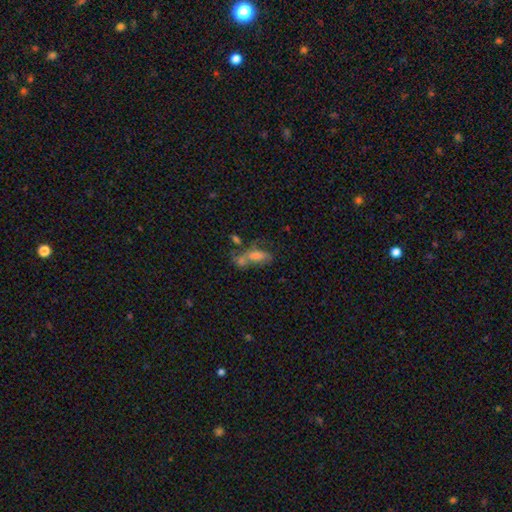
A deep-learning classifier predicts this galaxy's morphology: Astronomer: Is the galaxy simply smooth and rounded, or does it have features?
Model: smooth — 48% (runner-up: featured or disk, 34%).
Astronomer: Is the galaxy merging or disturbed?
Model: merger — 43% (runner-up: none, 27%).